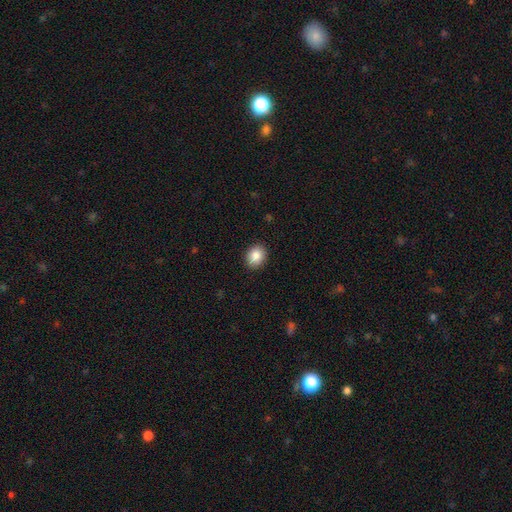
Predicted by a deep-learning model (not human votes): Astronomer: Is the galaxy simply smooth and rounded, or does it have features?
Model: smooth — 86%.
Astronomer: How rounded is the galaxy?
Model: round — 51% (runner-up: in between, 48%).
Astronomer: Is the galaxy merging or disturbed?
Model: none — 90%.